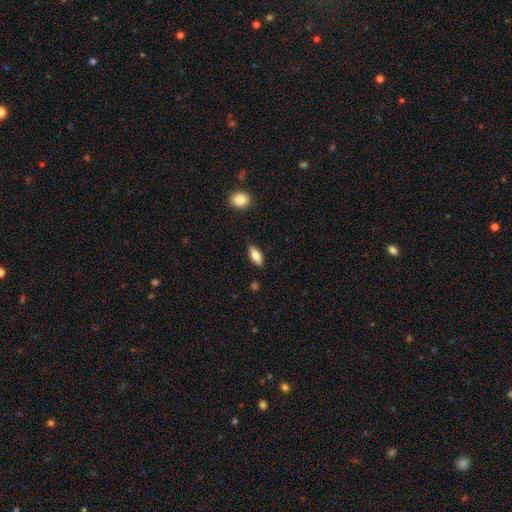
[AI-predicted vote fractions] smooth_or_featured: smooth (p=0.76) [alt: featured or disk p=0.18]
how_rounded: in between (p=0.82) [alt: cigar-shaped p=0.15]
merging: none (p=0.87) [alt: minor disturbance p=0.10]